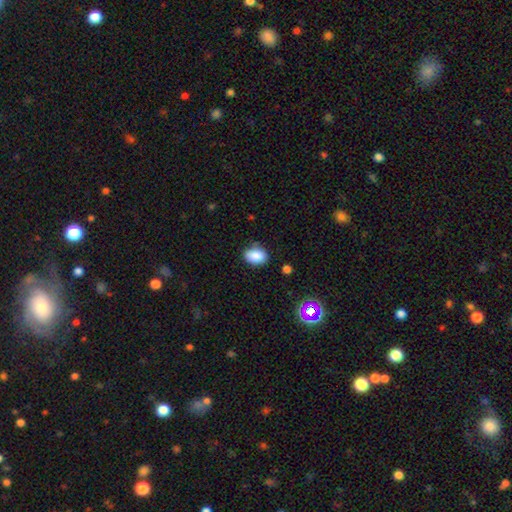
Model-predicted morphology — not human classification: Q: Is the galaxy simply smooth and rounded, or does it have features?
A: smooth — 87%.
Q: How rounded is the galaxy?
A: in between — 82%.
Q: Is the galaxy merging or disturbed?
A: none — 79%.